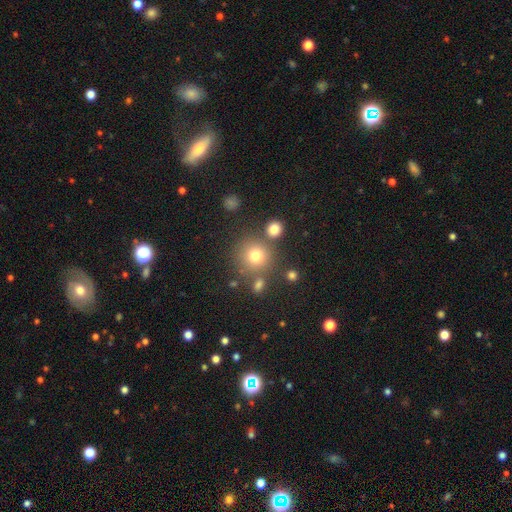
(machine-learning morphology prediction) The model was most divided on "smooth or featured": smooth: 75%, star or artifact: 15%, featured or disk: 9%. More confident: how rounded — round (92%); merging — none (75%).